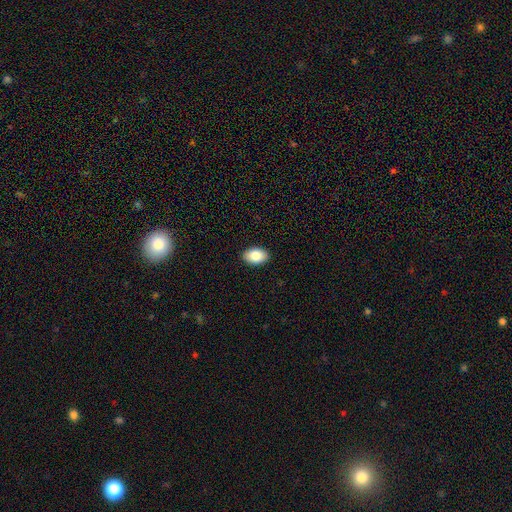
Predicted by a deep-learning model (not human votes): Overall: smooth (86%). How rounded: in between (89%). Merging: none (91%).